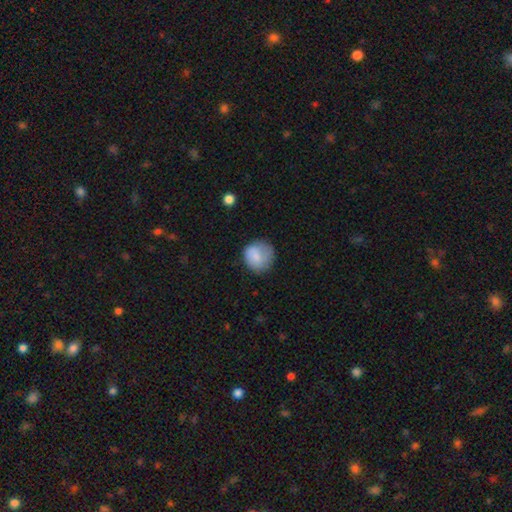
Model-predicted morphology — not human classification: Smooth or featured: smooth — 80% (featured or disk — 13%)
How rounded: round — 86% (in between — 13%)
Merging: none — 68% (minor disturbance — 22%)